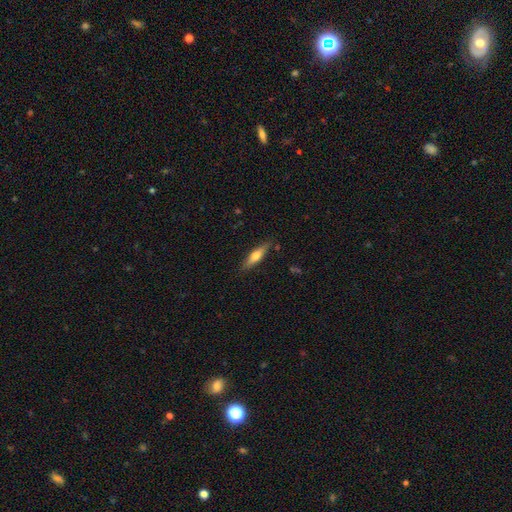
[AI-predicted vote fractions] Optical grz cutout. It shows a smooth galaxy with no disk features (52%) that is cigar-shaped (70%). Merging: none (86%).